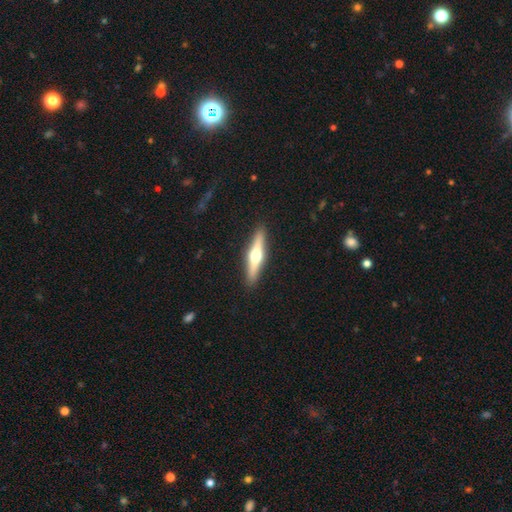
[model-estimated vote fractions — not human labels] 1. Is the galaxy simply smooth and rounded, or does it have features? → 62% featured or disk, 33% smooth, 5% star or artifact.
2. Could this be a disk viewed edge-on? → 96% yes, 4% no.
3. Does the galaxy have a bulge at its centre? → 94% rounded, 3% none, 3% boxy.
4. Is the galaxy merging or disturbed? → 91% none, 6% minor disturbance, 2% major disturbance, 1% merger.